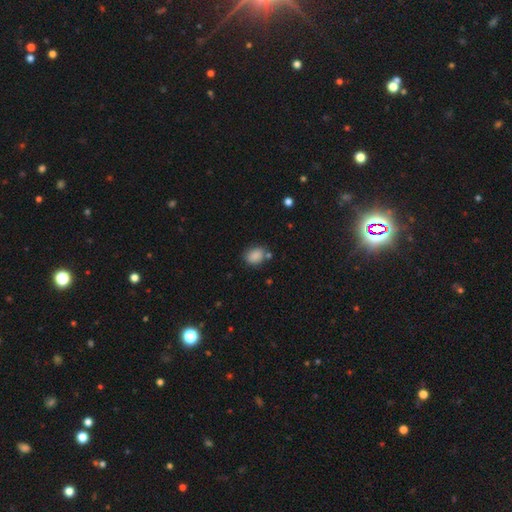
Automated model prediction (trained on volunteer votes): The model was most divided on "how rounded": in between: 58%, round: 41%, cigar-shaped: 1%. More confident: smooth or featured — smooth (86%); merging — none (71%).